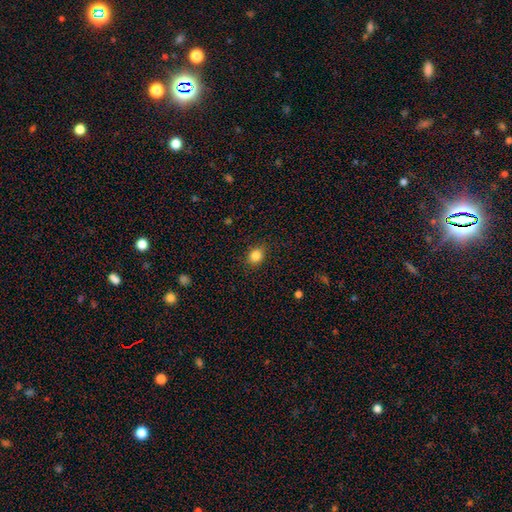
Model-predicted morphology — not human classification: Smooth or featured? smooth (85%)
How rounded? round (61%)
Merging? none (87%)